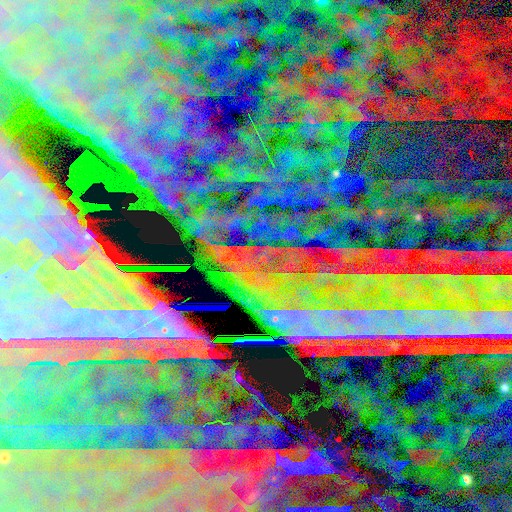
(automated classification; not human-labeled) A star or artifact, not a galaxy (85%).